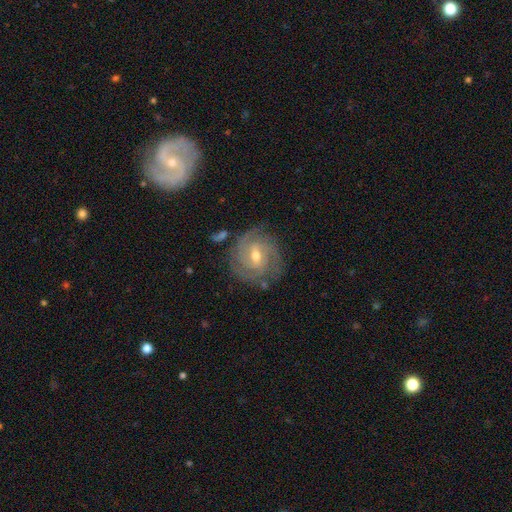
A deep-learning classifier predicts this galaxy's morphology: Smooth or featured?
  - featured or disk: 85% *
  - smooth: 9%
  - star or artifact: 6%
Edge-on disk?
  - no: 97% *
  - yes: 3%
Bar?
  - weak: 56% *
  - no: 26%
  - strong: 17%
Spiral arms?
  - yes: 96% *
  - no: 4%
Spiral winding?
  - tight: 68% *
  - medium: 26%
  - loose: 5%
Spiral arm count?
  - 3: 36% *
  - 2: 19%
  - can't tell: 19%
  - 4: 17%
  - more than 4: 5%
  - 1: 4%
Bulge size?
  - moderate: 61% *
  - small: 35%
  - large: 2%
  - none: 1%
  - dominant: 1%
Merging?
  - none: 79% *
  - minor disturbance: 14%
  - major disturbance: 4%
  - merger: 3%